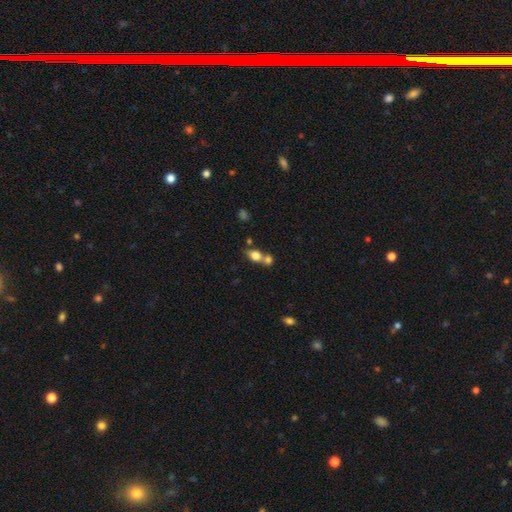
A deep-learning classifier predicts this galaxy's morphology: Smooth or featured? smooth (71%)
How rounded? in between (57%)
Merging? merger (53%)